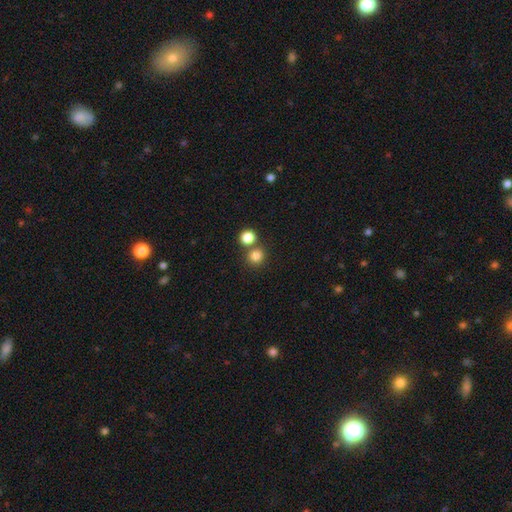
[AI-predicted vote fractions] Q: Smooth or featured?
A: smooth (82%); runner-up: star or artifact (13%)
Q: How rounded?
A: round (90%); runner-up: in between (9%)
Q: Merging?
A: none (67%); runner-up: merger (24%)